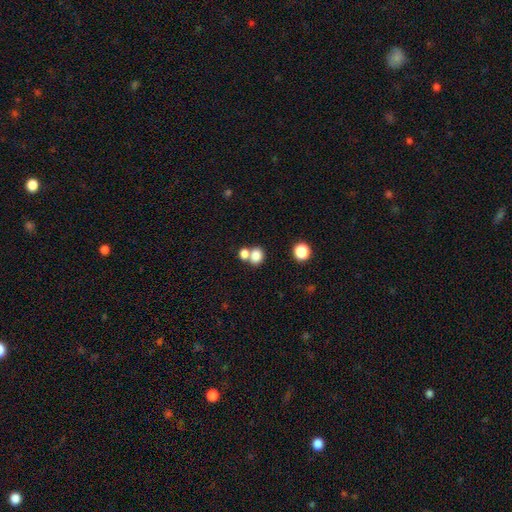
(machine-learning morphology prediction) This is clearly a smooth galaxy (81%). How rounded: likely round (61%). Merging: possibly merger (46%).